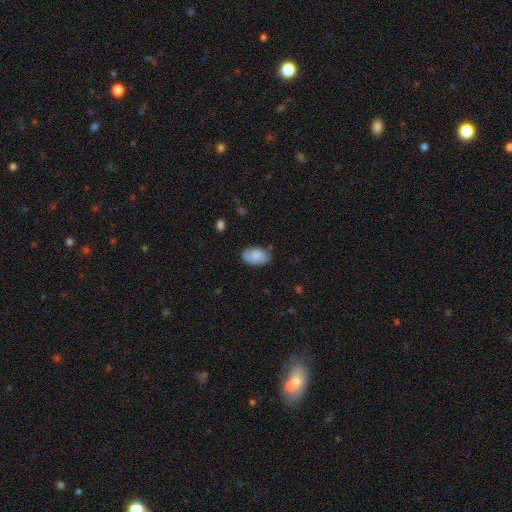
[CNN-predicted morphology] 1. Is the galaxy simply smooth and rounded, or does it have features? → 75% smooth, 18% featured or disk, 7% star or artifact.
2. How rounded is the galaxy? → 92% in between, 7% round, 1% cigar-shaped.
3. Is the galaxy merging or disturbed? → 74% none, 20% minor disturbance, 4% major disturbance, 2% merger.